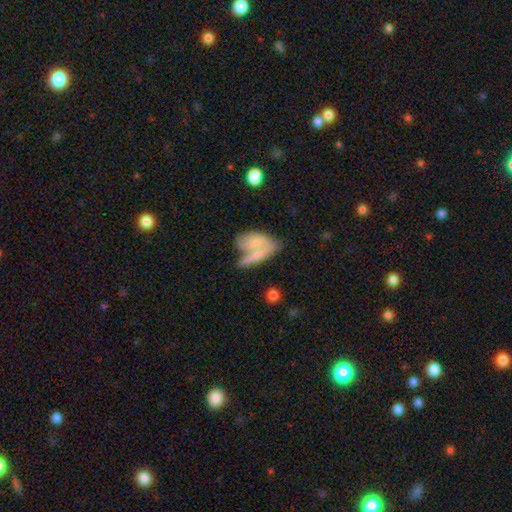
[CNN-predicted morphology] type=smooth (56%); roundness=in between (69%); merging=merger (51%).